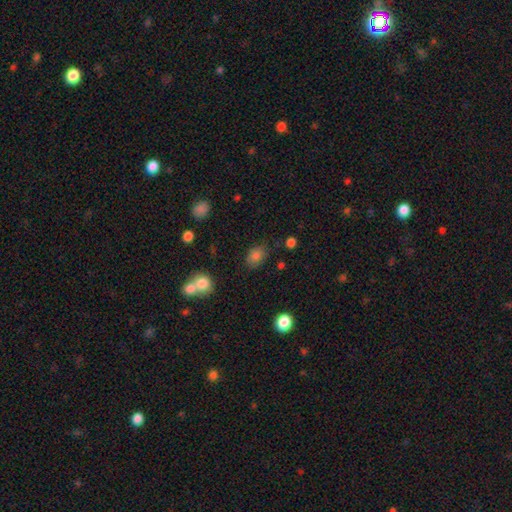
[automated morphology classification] Smooth or featured: smooth — 82% (star or artifact — 11%)
How rounded: in between — 71% (round — 28%)
Merging: none — 74% (minor disturbance — 17%)